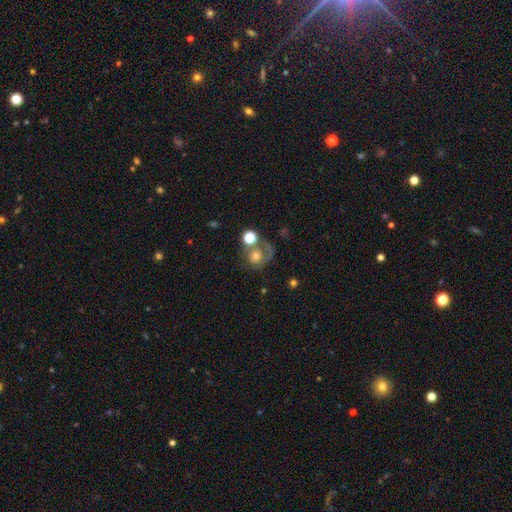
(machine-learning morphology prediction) This is possibly a smooth galaxy (50%). How rounded: likely round (76%). Merging: marginally none (36%).